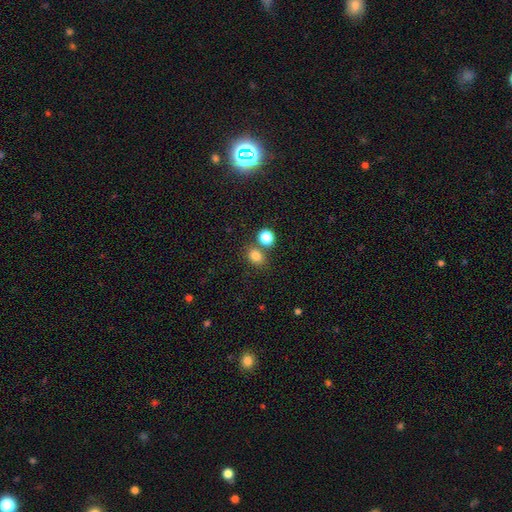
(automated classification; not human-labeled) Q: Smooth or featured?
A: smooth (81%); runner-up: star or artifact (13%)
Q: How rounded?
A: round (58%); runner-up: in between (41%)
Q: Merging?
A: none (66%); runner-up: merger (22%)